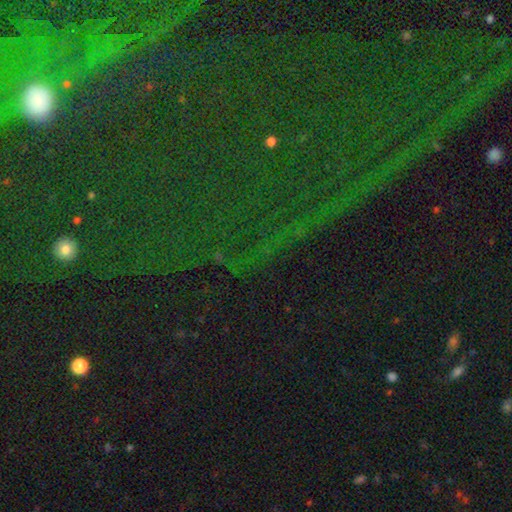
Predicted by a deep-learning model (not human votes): smooth-or-featured: star or artifact: 84% | smooth: 9% | featured or disk: 8%